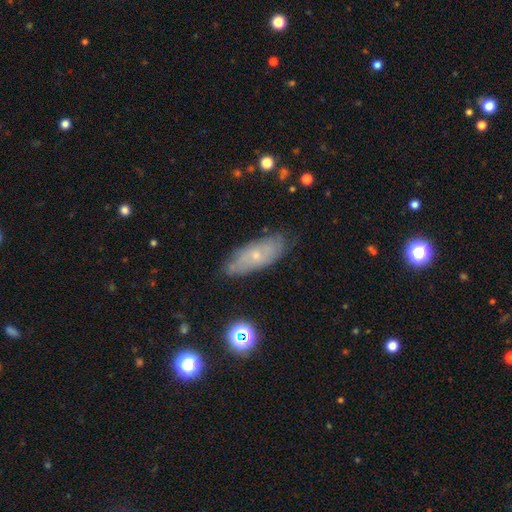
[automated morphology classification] type=featured or disk (49%); merging=none (77%).